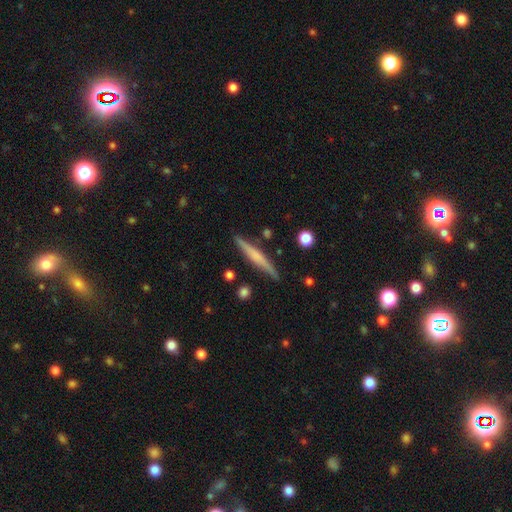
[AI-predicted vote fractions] A featured or disk galaxy (52%) viewed edge-on (97%) with no central bulge (47%).

Vote fractions:
- Smooth or featured? featured or disk: 52% / smooth: 42% / star or artifact: 6%
- Edge-on disk? yes: 97% / no: 3%
- Edge-on bulge? none: 47% / rounded: 36% / boxy: 17%
- Merging? none: 87% / minor disturbance: 9% / merger: 2% / major disturbance: 2%